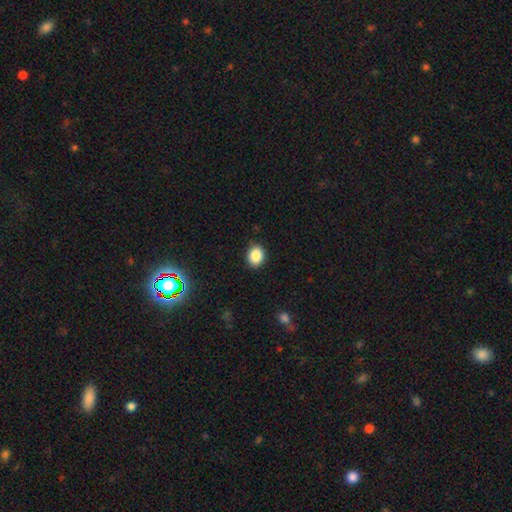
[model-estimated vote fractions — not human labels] The model was most divided on "how rounded": round: 51%, in between: 48%, cigar-shaped: 1%. More confident: merging — none (89%); smooth or featured — smooth (86%).